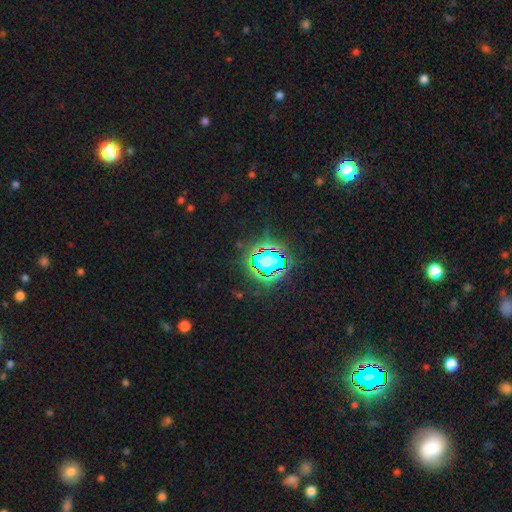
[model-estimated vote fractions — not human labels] Smooth or featured? Predicted: star or artifact (p=0.83).